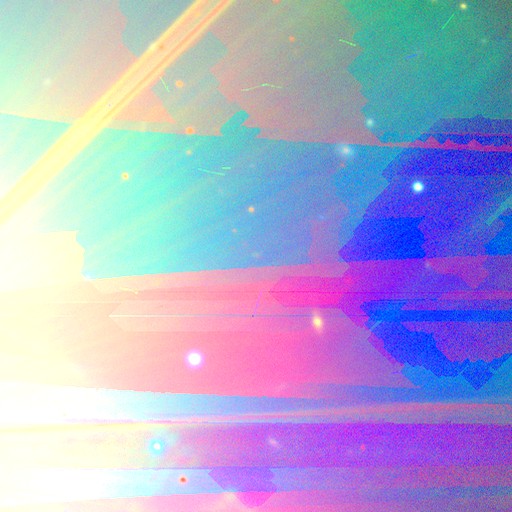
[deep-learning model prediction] This appears to be a star or artifact, not a galaxy (86%).